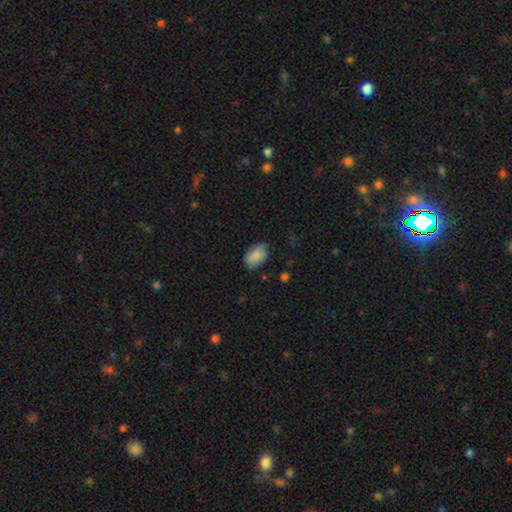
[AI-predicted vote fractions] Morphology: type=smooth (86%); roundness=in between (91%); merging=none (79%).